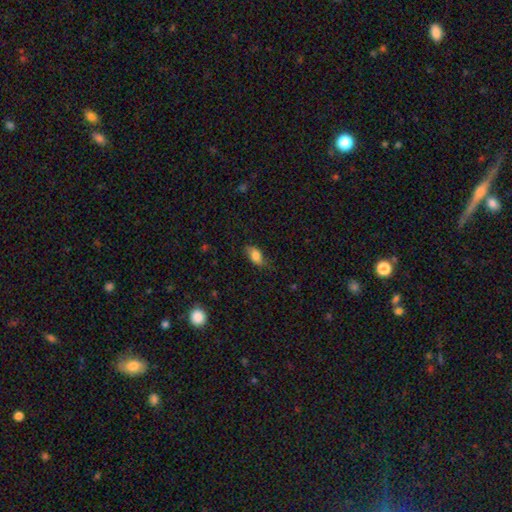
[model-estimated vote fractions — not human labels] This appears to be a smooth galaxy with no disk features (82%) that is in between round and cigar-shaped (87%). Merging: none (69%).